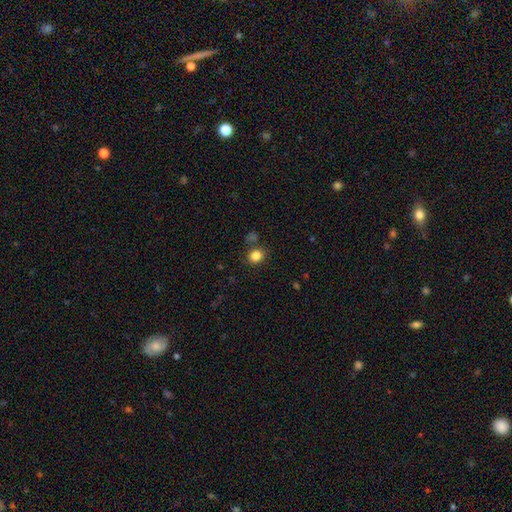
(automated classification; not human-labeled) Smooth or featured: smooth — 84% (star or artifact — 11%)
How rounded: round — 77% (in between — 22%)
Merging: none — 77% (minor disturbance — 11%)